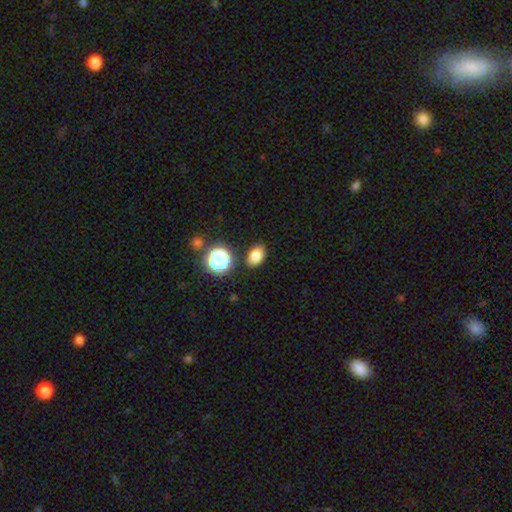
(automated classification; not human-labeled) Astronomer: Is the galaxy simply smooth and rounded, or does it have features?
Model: smooth — 82%.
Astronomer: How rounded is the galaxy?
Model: in between — 80%.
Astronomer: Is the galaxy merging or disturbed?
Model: none — 86%.